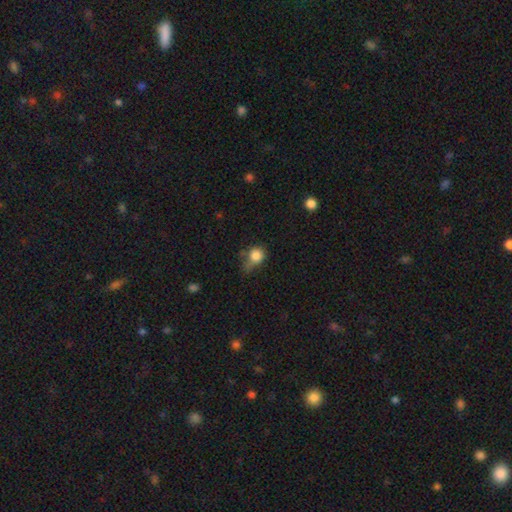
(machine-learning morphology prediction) type=smooth (81%); roundness=round (75%); merging=none (37%).